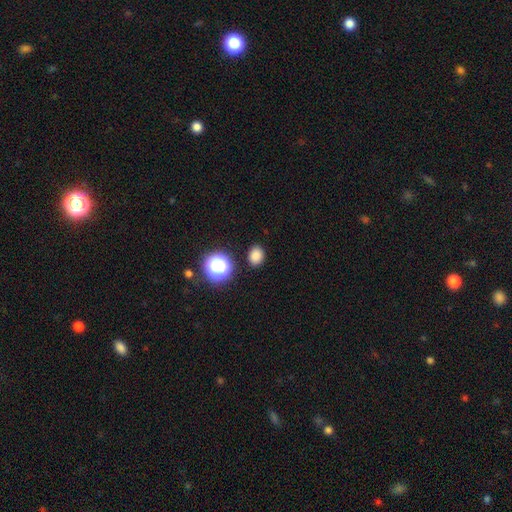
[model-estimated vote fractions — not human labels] smooth_or_featured: smooth (p=0.81) [alt: star or artifact p=0.15]
how_rounded: in between (p=0.53) [alt: round p=0.46]
merging: none (p=0.87) [alt: minor disturbance p=0.08]